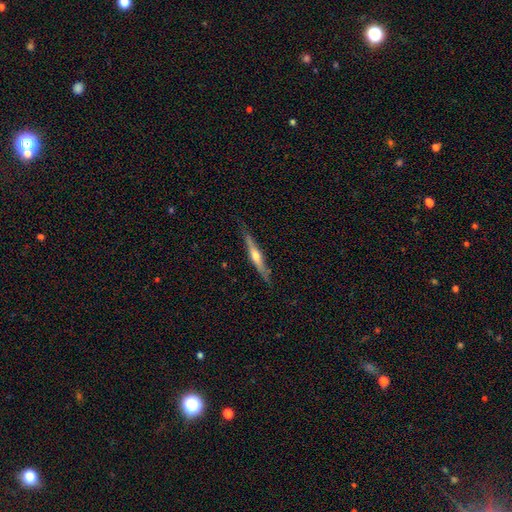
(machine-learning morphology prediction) Overall: featured or disk (65%; smooth 30%). Edge-on disk: yes (96%). Edge-on bulge: rounded (85%). Merging: none (82%).